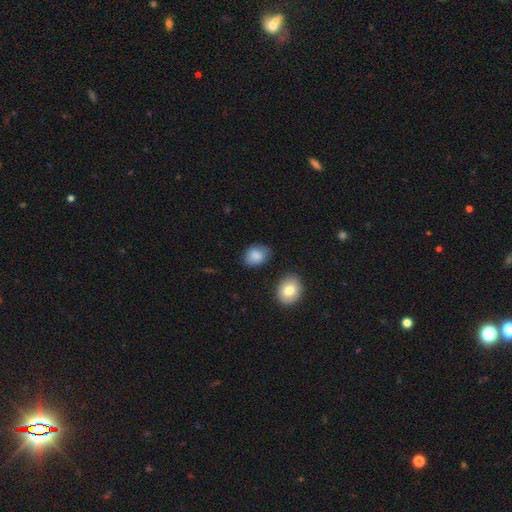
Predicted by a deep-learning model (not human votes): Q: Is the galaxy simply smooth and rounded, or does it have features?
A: smooth — 85%.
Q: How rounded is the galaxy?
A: in between — 69%.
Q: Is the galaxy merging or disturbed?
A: none — 72%.